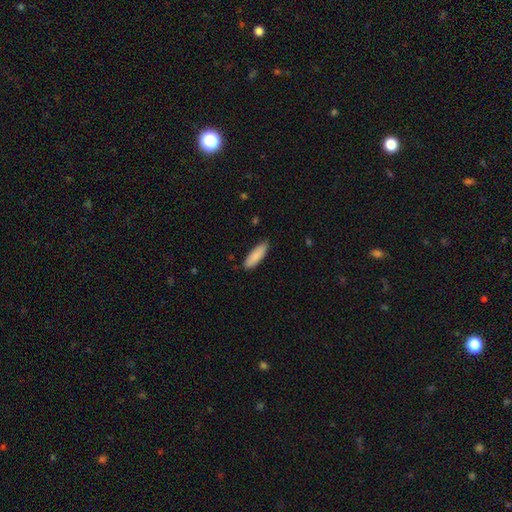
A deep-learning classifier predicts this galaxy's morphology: A smooth galaxy with no disk features (88%) that is in between round and cigar-shaped (54%). Merging: none (82%).